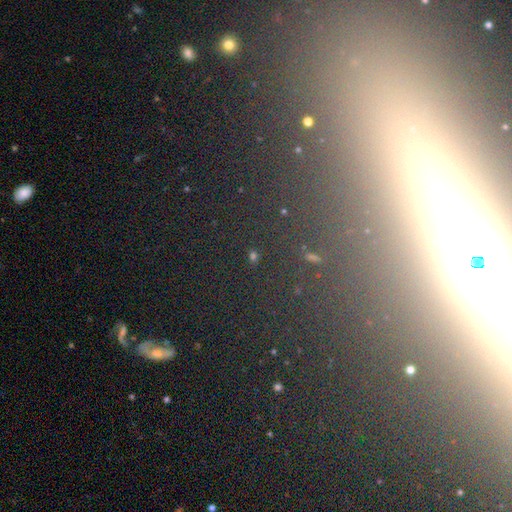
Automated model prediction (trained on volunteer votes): smooth-or-featured: star or artifact: 66% | smooth: 22% | featured or disk: 12%